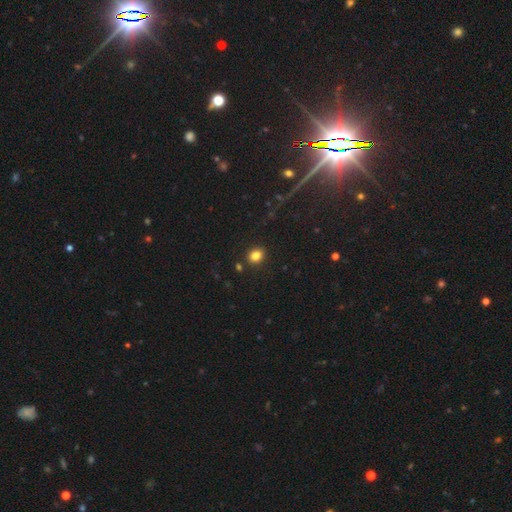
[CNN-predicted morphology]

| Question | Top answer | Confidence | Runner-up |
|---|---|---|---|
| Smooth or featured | smooth | 83% | star or artifact (12%) |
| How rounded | round | 53% | in between (46%) |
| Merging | none | 88% | minor disturbance (7%) |